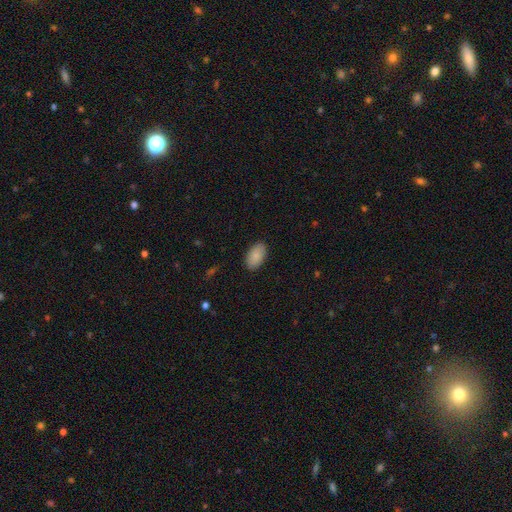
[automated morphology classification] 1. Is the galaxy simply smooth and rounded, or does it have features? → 88% smooth, 6% star or artifact, 5% featured or disk.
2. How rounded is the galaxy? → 95% in between, 4% round, 2% cigar-shaped.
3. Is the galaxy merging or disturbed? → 88% none, 8% minor disturbance, 2% major disturbance, 1% merger.